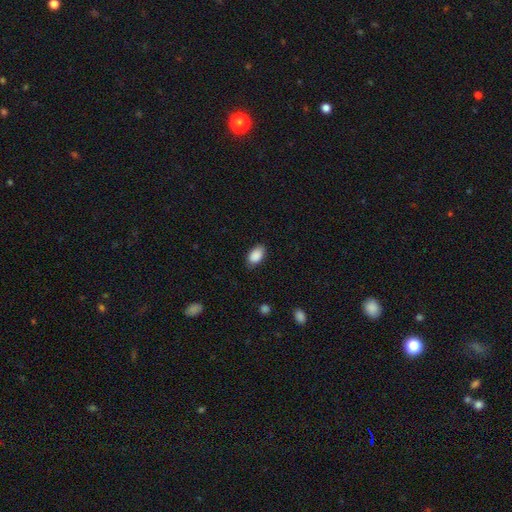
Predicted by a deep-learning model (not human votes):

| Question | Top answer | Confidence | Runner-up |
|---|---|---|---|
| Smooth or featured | smooth | 89% | star or artifact (7%) |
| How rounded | in between | 92% | round (7%) |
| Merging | none | 81% | minor disturbance (15%) |